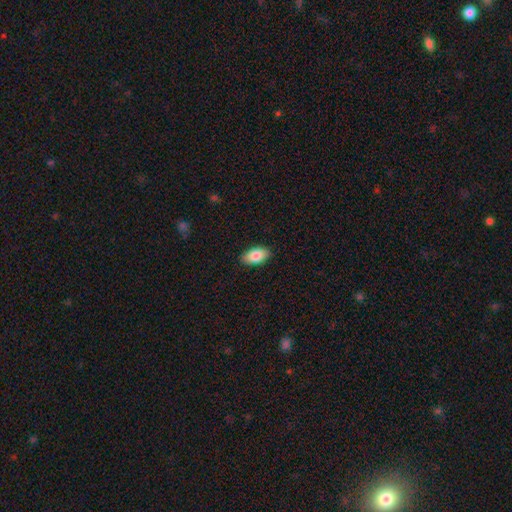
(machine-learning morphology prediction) This appears to be a smooth galaxy with no disk features (86%) that is in between round and cigar-shaped (94%). Merging: none (89%).